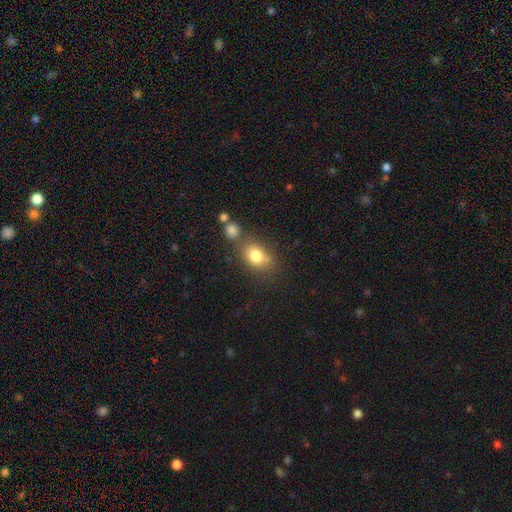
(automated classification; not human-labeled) This appears to be a smooth galaxy with no disk features (78%) that is in between round and cigar-shaped (58%). Merging: none (57%).